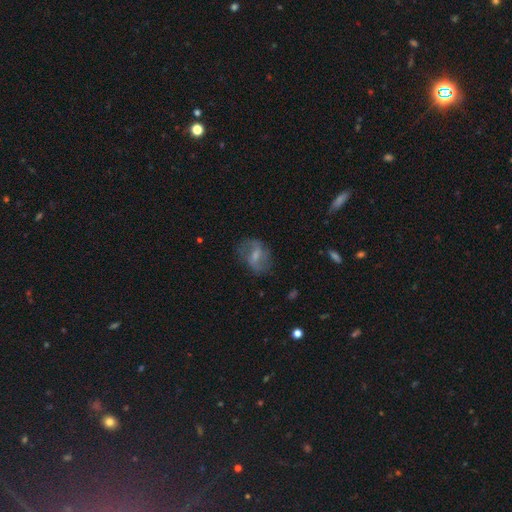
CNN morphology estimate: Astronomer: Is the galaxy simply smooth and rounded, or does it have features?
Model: featured or disk — 53% (runner-up: smooth, 39%).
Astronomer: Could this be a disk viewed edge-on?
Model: no — 95%.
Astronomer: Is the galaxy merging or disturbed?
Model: none — 62%.